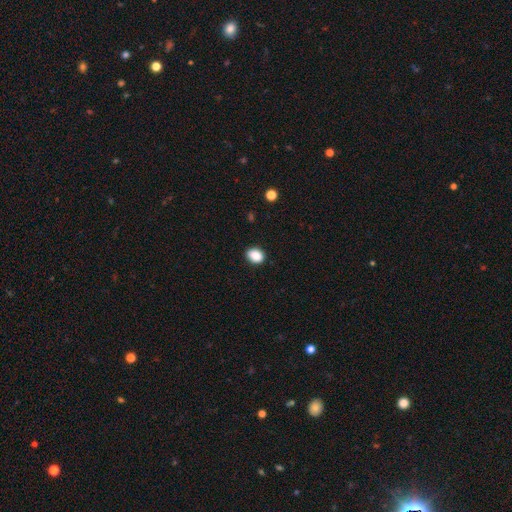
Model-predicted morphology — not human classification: smooth_or_featured: smooth (p=0.88) [alt: star or artifact p=0.09]
how_rounded: in between (p=0.60) [alt: round p=0.39]
merging: none (p=0.88) [alt: minor disturbance p=0.09]